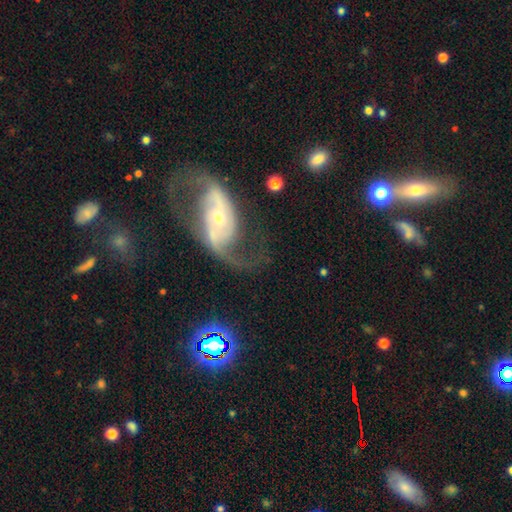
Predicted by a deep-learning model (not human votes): featured or disk 84%, star or artifact 8%, smooth 8%. Down the decision tree: edge-on disk — no (95%); bar — no (44%); spiral arms — yes (94%); spiral arm count — 2 (90%); spiral winding — loose (56%); bulge size — small (55%); merging — none (63%).